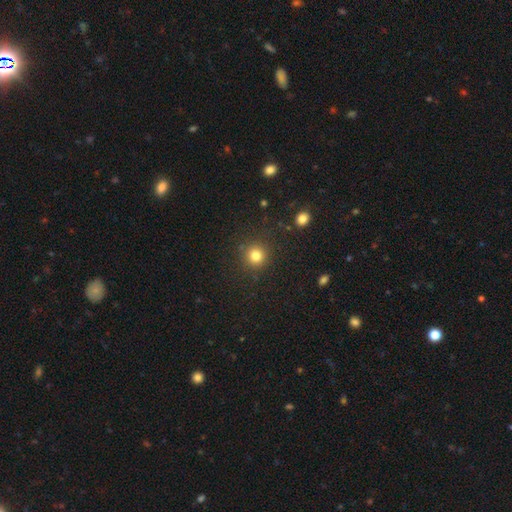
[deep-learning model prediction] A smooth galaxy with no disk features (81%) that is round (93%).

Vote fractions:
- Smooth or featured? smooth: 81% / star or artifact: 13% / featured or disk: 6%
- How rounded? round: 93% / in between: 6% / cigar-shaped: 1%
- Merging? none: 88% / minor disturbance: 7% / major disturbance: 3% / merger: 2%